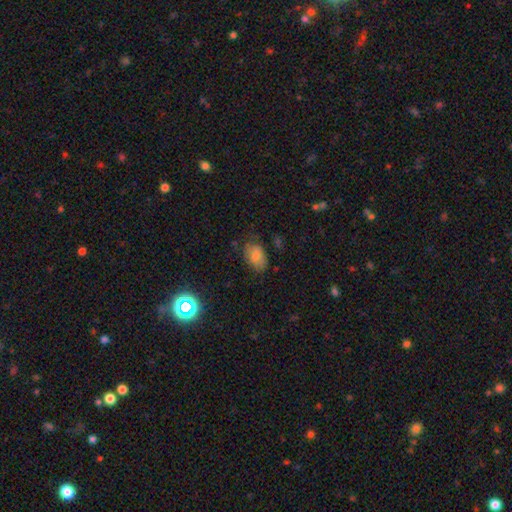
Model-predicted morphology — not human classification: Q: Smooth or featured?
A: smooth (69%); runner-up: star or artifact (16%)
Q: How rounded?
A: in between (83%); runner-up: round (15%)
Q: Merging?
A: none (68%); runner-up: minor disturbance (24%)